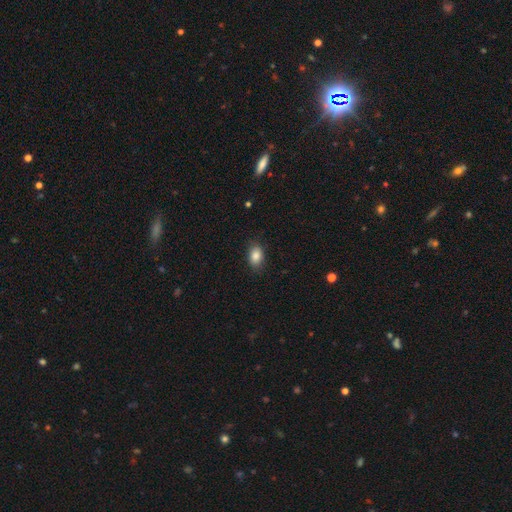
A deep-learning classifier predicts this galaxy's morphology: Smooth or featured?
  - smooth: 86% *
  - star or artifact: 9%
  - featured or disk: 6%
How rounded?
  - in between: 84% *
  - round: 15%
  - cigar-shaped: 1%
Merging?
  - none: 85% *
  - minor disturbance: 11%
  - major disturbance: 3%
  - merger: 1%